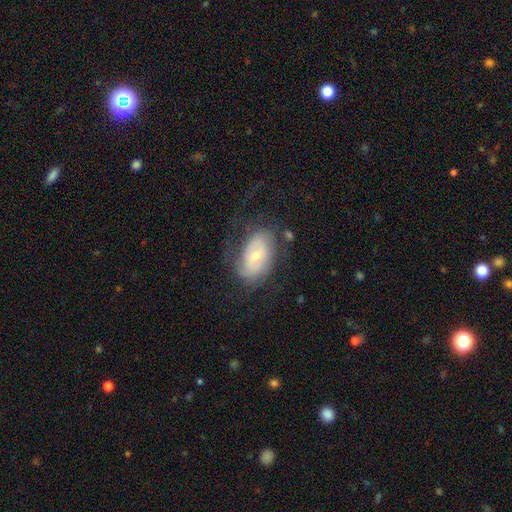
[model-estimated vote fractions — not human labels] This appears to be a featured or disk galaxy (56%) with no bar (62%), spiral arms (63%) and a moderate central bulge (51%). Merging: none (58%).